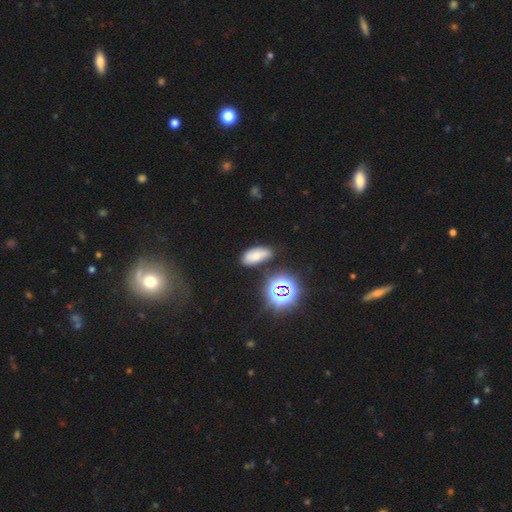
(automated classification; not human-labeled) smooth-or-featured: smooth: 60% | star or artifact: 24% | featured or disk: 16%
  how-rounded: in between: 85% | cigar-shaped: 8% | round: 7%
  merging: none: 70% | minor disturbance: 18% | merger: 7% | major disturbance: 5%